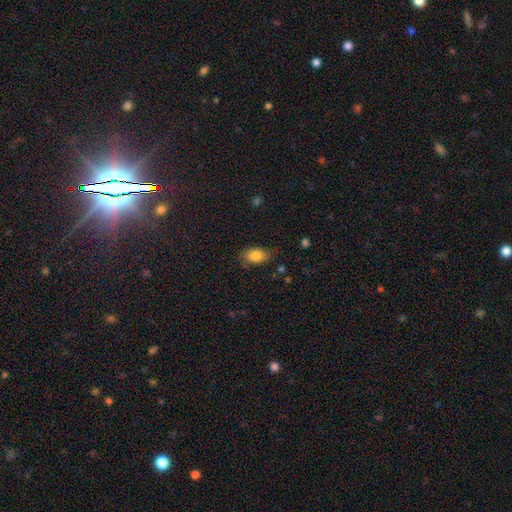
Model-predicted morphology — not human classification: smooth 84%, featured or disk 8%, star or artifact 8%. Down the decision tree: how rounded — in between (88%); merging — none (74%).